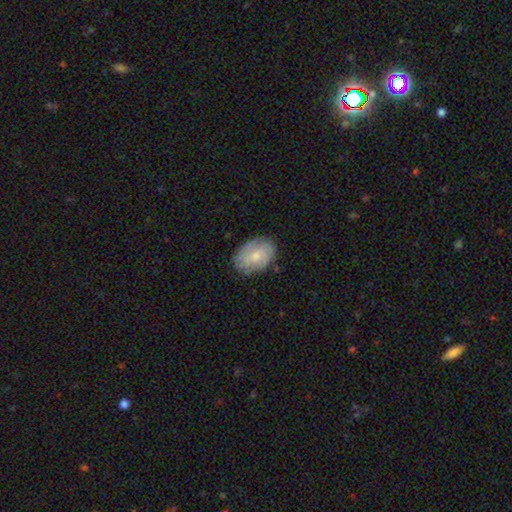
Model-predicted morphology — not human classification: smooth_or_featured: smooth (p=0.58) [alt: featured or disk p=0.35]
how_rounded: in between (p=0.83) [alt: round p=0.16]
merging: none (p=0.77) [alt: minor disturbance p=0.18]